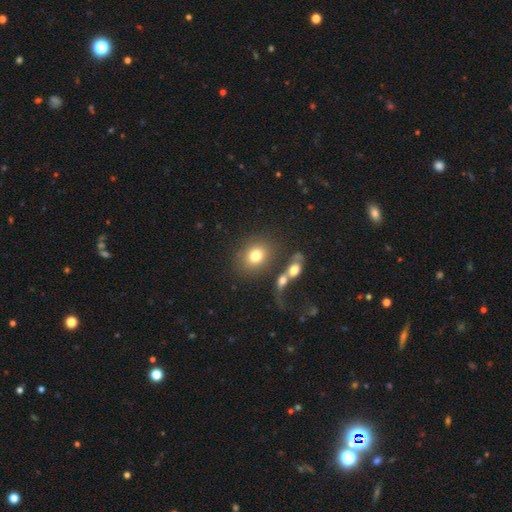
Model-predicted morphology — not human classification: smooth 77%, featured or disk 12%, star or artifact 10%. Down the decision tree: how rounded — round (59%); merging — none (67%).